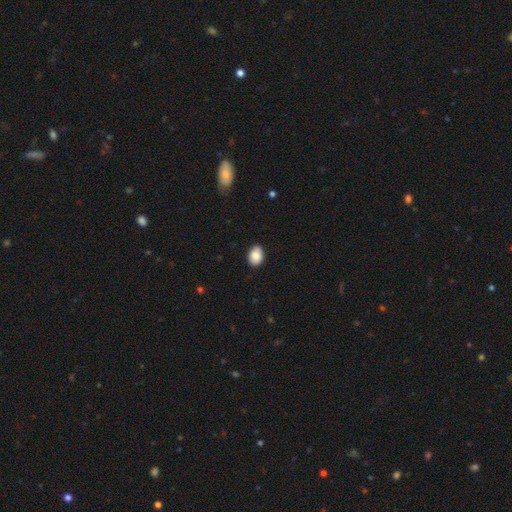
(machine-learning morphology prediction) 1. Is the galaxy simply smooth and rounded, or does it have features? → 87% smooth, 7% star or artifact, 6% featured or disk.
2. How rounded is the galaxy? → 78% in between, 21% round, 1% cigar-shaped.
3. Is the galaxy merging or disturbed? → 85% none, 12% minor disturbance, 2% major disturbance, 1% merger.